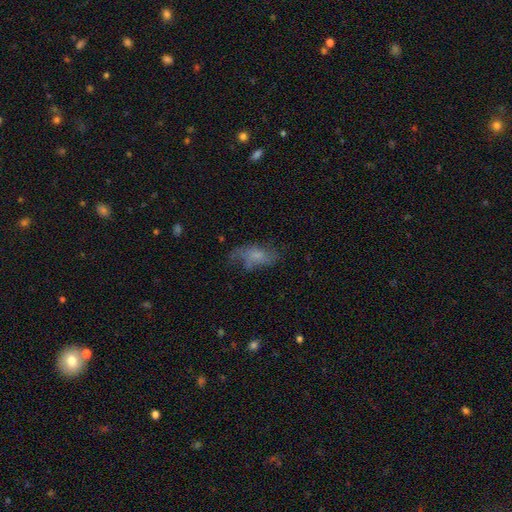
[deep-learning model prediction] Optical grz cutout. It shows a smooth galaxy with no disk features (52%) that is in between round and cigar-shaped (86%). Merging: none (44%).